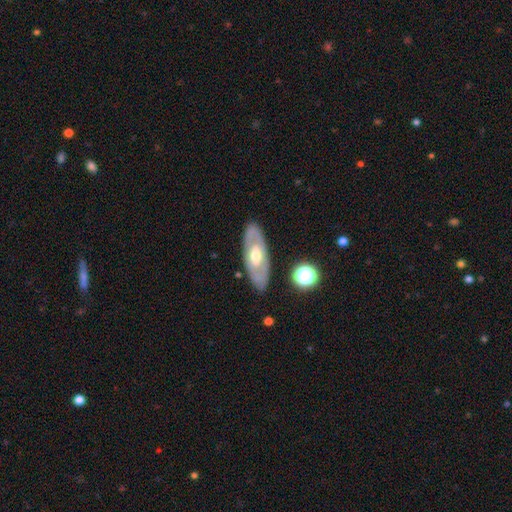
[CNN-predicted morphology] A featured or disk galaxy (65%) with no bar (67%), no spiral arms (68%) and a moderate central bulge (69%).

Vote fractions:
- Smooth or featured? featured or disk: 65% / smooth: 29% / star or artifact: 6%
- Edge-on disk? no: 80% / yes: 20%
- Bar? no: 67% / weak: 24% / strong: 9%
- Spiral arms? no: 68% / yes: 32%
- Bulge size? moderate: 69% / small: 17% / large: 12% / none: 1% / dominant: 1%
- Merging? none: 84% / minor disturbance: 11% / major disturbance: 3% / merger: 2%